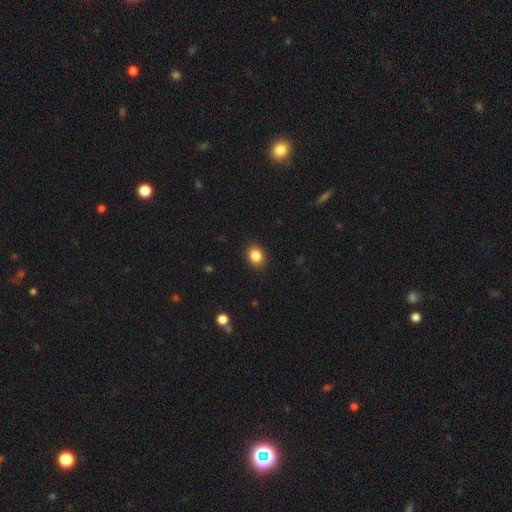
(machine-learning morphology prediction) This appears to be a smooth galaxy with no disk features (86%) that is in between round and cigar-shaped (55%). Merging: none (89%).